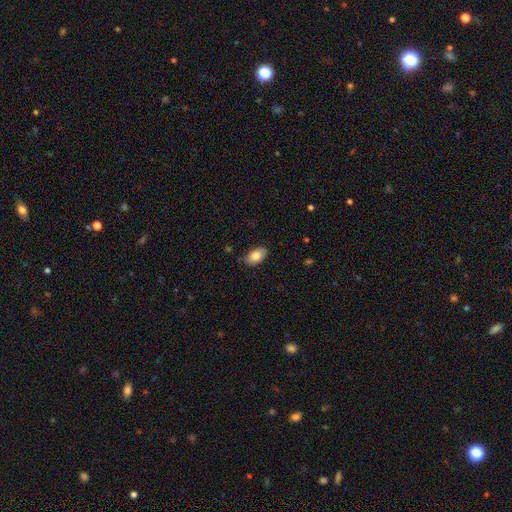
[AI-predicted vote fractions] smooth 83%, featured or disk 10%, star or artifact 7%. Down the decision tree: how rounded — in between (93%); merging — none (85%).